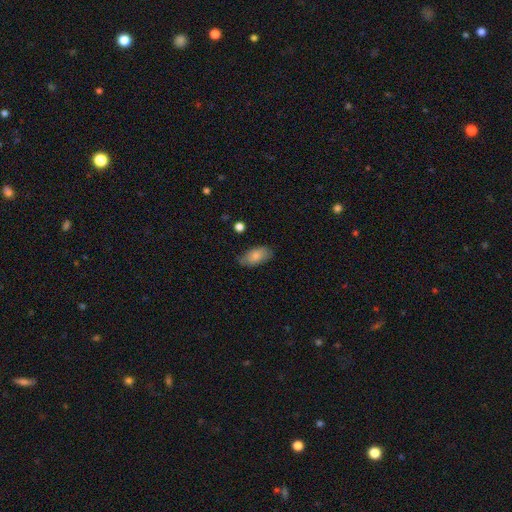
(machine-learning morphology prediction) This appears to be a smooth galaxy with no disk features (82%) that is in between round and cigar-shaped (92%). Merging: none (77%).